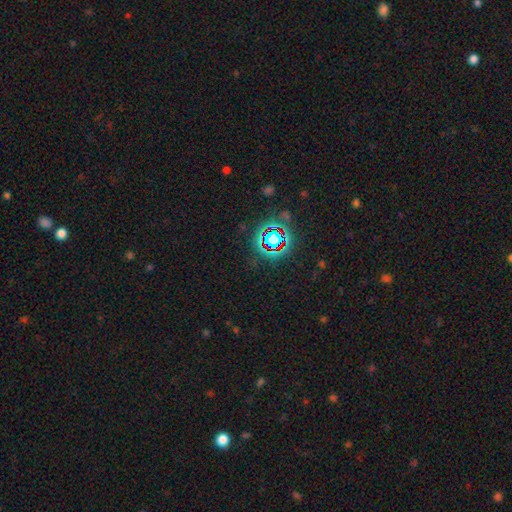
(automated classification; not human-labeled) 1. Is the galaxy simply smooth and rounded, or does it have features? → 63% star or artifact, 23% smooth, 14% featured or disk.